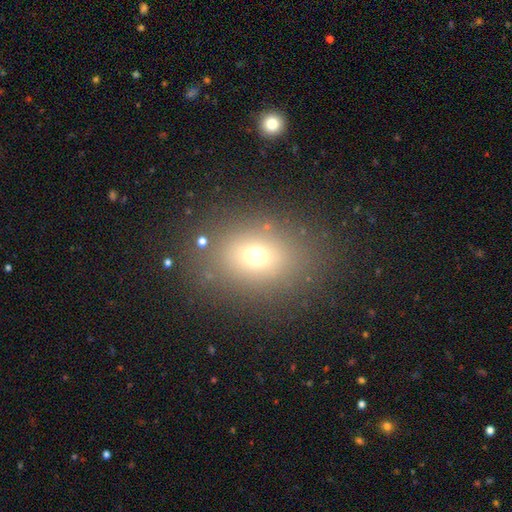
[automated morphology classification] smooth-or-featured: smooth: 67% | star or artifact: 19% | featured or disk: 13%
  how-rounded: in between: 59% | round: 40% | cigar-shaped: 1%
  merging: none: 82% | minor disturbance: 10% | major disturbance: 6% | merger: 3%